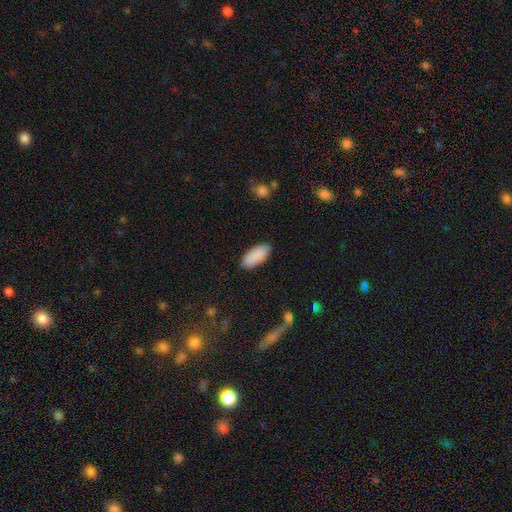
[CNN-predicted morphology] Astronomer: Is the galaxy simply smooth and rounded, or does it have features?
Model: smooth — 90%.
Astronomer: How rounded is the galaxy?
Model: in between — 88%.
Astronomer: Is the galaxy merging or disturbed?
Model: none — 86%.